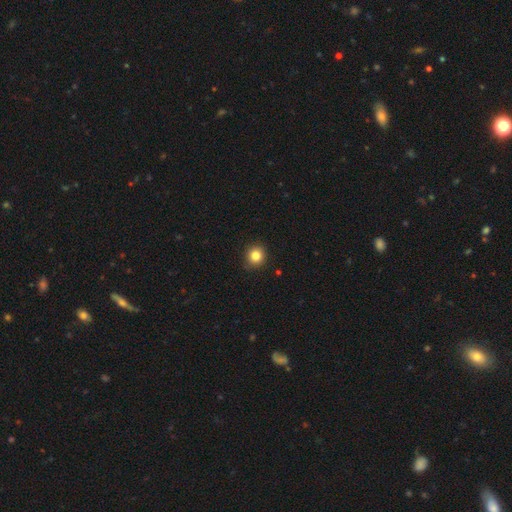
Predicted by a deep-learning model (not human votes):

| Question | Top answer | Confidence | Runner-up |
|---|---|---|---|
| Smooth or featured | smooth | 84% | star or artifact (11%) |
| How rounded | round | 88% | in between (12%) |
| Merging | none | 89% | minor disturbance (8%) |